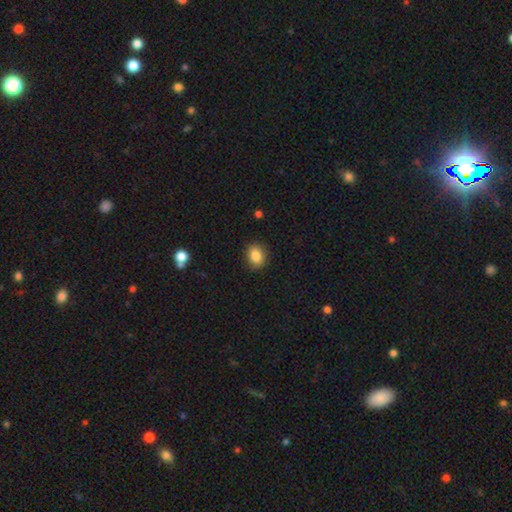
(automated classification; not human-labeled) Q: Smooth or featured?
A: smooth (85%); runner-up: star or artifact (9%)
Q: How rounded?
A: round (54%); runner-up: in between (45%)
Q: Merging?
A: none (86%); runner-up: minor disturbance (10%)